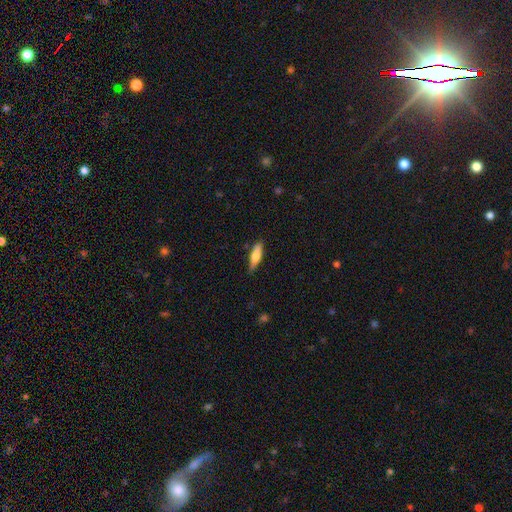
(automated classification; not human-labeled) The model was most divided on "how rounded": cigar-shaped: 65%, in between: 33%, round: 2%. More confident: merging — none (81%); smooth or featured — smooth (67%).